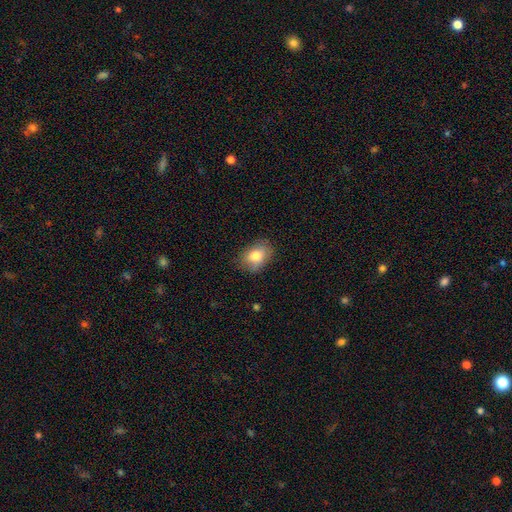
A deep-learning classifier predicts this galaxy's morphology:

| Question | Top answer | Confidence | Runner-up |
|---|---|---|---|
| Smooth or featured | smooth | 78% | featured or disk (13%) |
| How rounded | in between | 75% | round (24%) |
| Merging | none | 80% | minor disturbance (16%) |